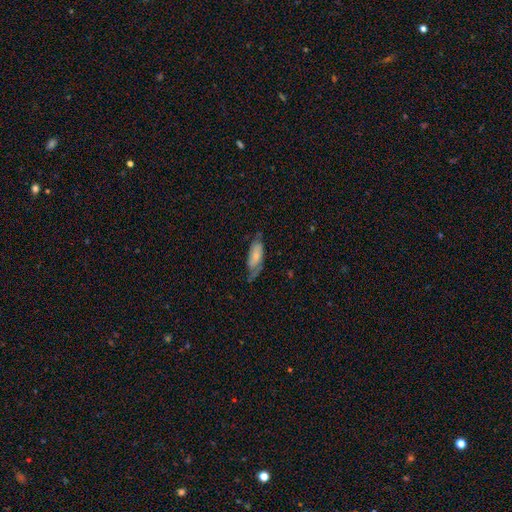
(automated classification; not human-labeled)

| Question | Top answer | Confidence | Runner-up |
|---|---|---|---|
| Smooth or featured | featured or disk | 47% | smooth (46%) |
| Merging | none | 58% | minor disturbance (28%) |